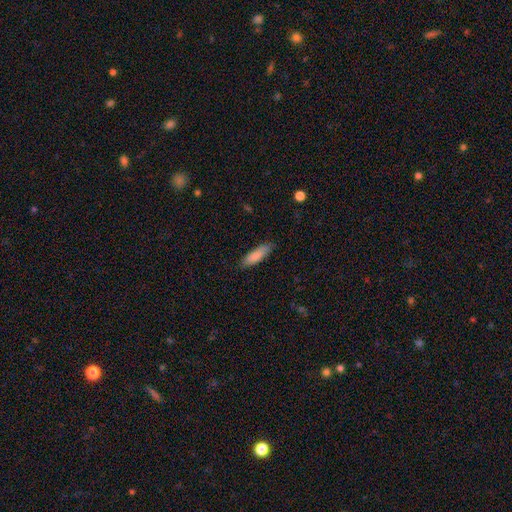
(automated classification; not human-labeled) This appears to be a smooth galaxy with no disk features (85%) that is cigar-shaped (56%). Merging: none (83%).